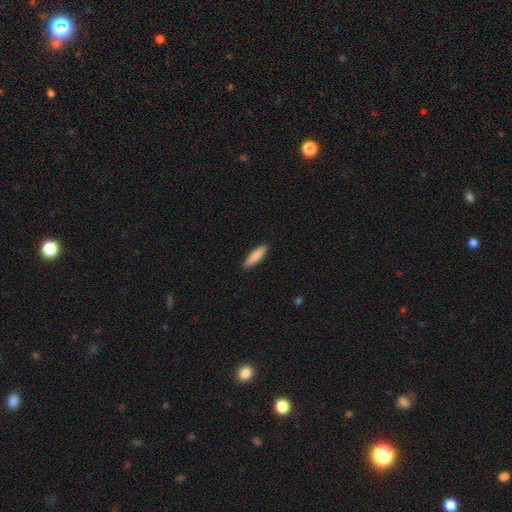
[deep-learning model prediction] smooth 85%, featured or disk 10%, star or artifact 5%. Down the decision tree: how rounded — cigar-shaped (66%); merging — none (90%).